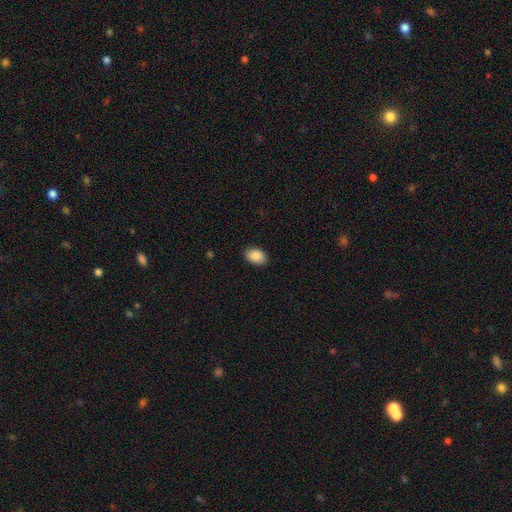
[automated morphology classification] smooth-or-featured: smooth: 89% | star or artifact: 7% | featured or disk: 3%
  how-rounded: in between: 81% | round: 18% | cigar-shaped: 1%
  merging: none: 88% | minor disturbance: 9% | major disturbance: 2% | merger: 1%